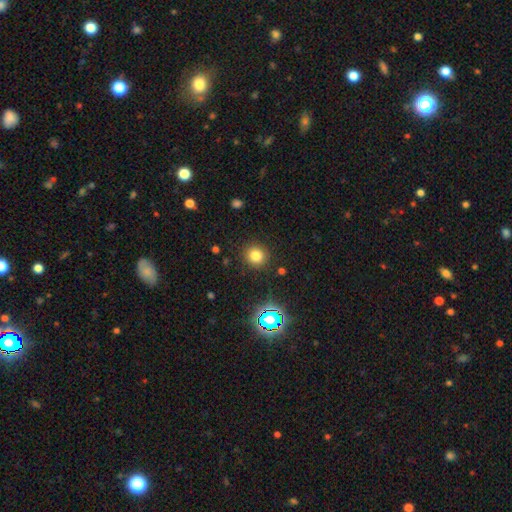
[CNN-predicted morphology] smooth-or-featured: smooth: 77% | star or artifact: 17% | featured or disk: 6%
  how-rounded: round: 90% | in between: 9% | cigar-shaped: 1%
  merging: none: 89% | minor disturbance: 7% | major disturbance: 3% | merger: 2%